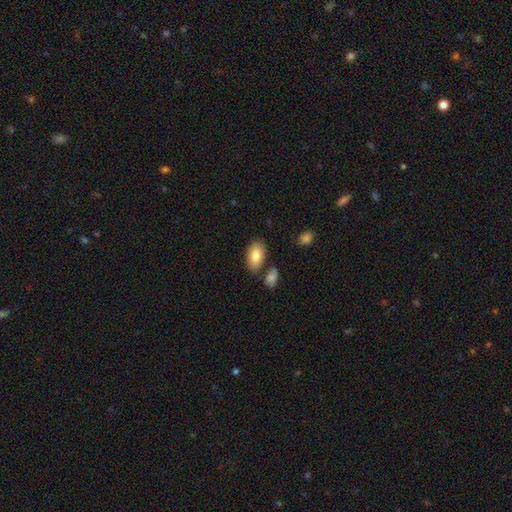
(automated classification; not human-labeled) Smooth or featured? smooth (82%)
How rounded? in between (94%)
Merging? none (76%)